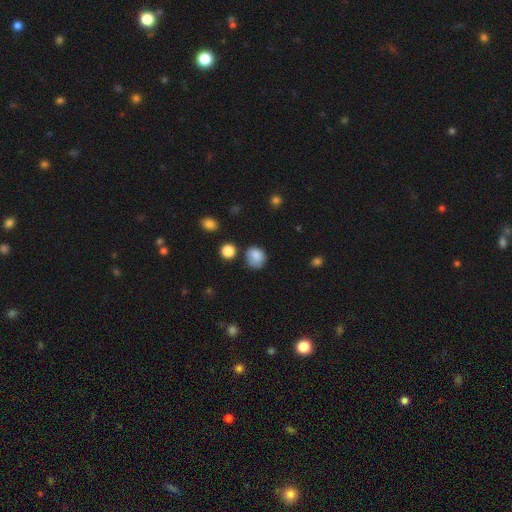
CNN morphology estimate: This is clearly a smooth galaxy (83%). How rounded: likely round (71%). Merging: likely none (66%).